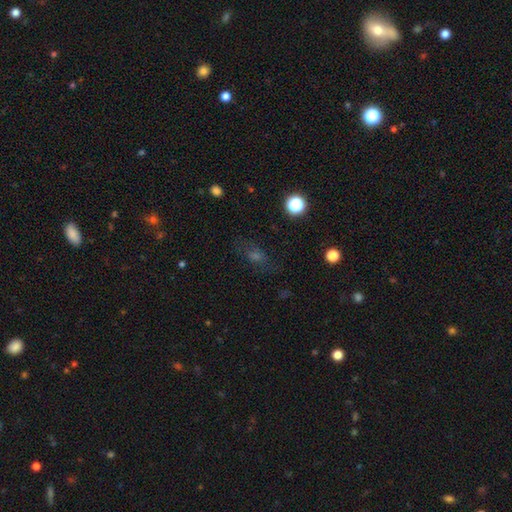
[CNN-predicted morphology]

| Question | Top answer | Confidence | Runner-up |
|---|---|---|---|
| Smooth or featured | smooth | 43% | star or artifact (32%) |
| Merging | none | 72% | minor disturbance (16%) |